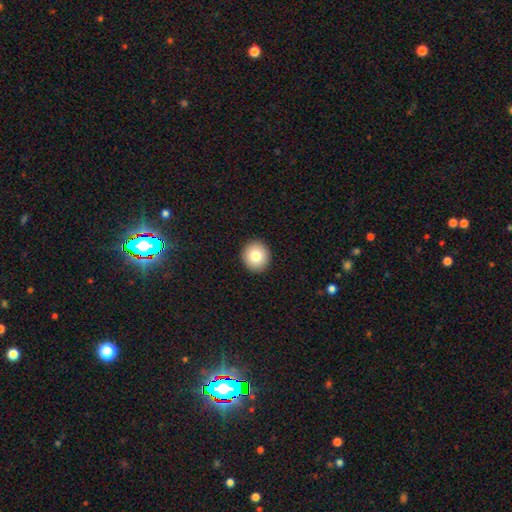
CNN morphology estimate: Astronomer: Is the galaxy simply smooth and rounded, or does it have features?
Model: smooth — 80%.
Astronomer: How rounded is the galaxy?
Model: round — 88%.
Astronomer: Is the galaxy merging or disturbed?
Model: none — 93%.